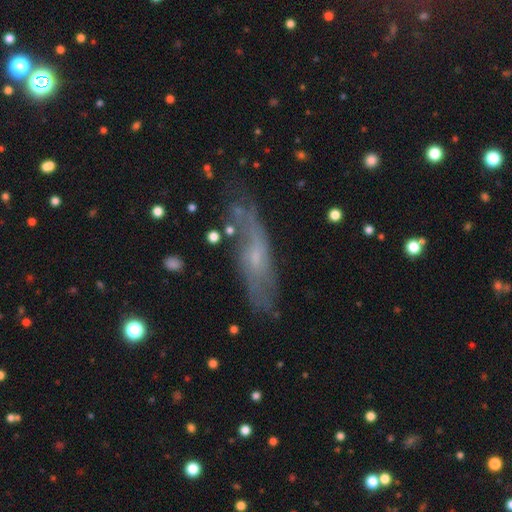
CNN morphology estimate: smooth_or_featured: featured or disk (p=0.58) [alt: smooth p=0.34]
disk_edge_on: no (p=0.62) [alt: yes p=0.38]
merging: none (p=0.65) [alt: minor disturbance p=0.23]